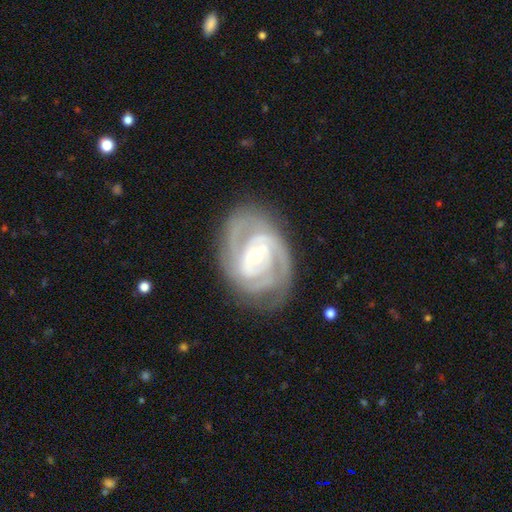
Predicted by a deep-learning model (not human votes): Smooth or featured? Predicted: featured or disk (p=0.90). Edge-on disk? Predicted: no (p=0.97). Bar? Predicted: weak (p=0.45). Spiral arms? Predicted: yes (p=0.97). Spiral winding? Predicted: tight (p=0.65). Spiral arm count? Predicted: 2 (p=0.38). Bulge size? Predicted: small (p=0.48). Merging? Predicted: none (p=0.76).